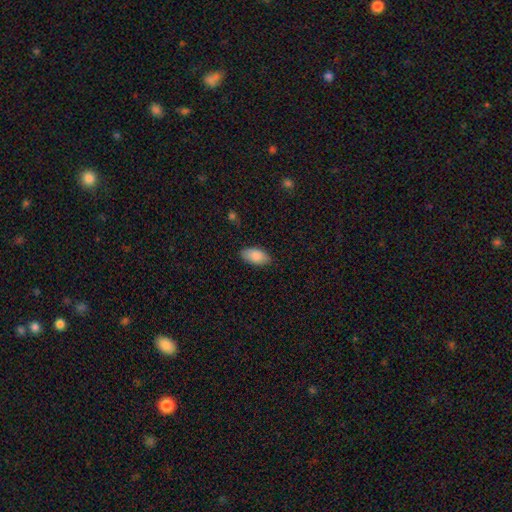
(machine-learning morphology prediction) Smooth or featured? Predicted: smooth (p=0.87). How rounded? Predicted: in between (p=0.94). Merging? Predicted: none (p=0.84).